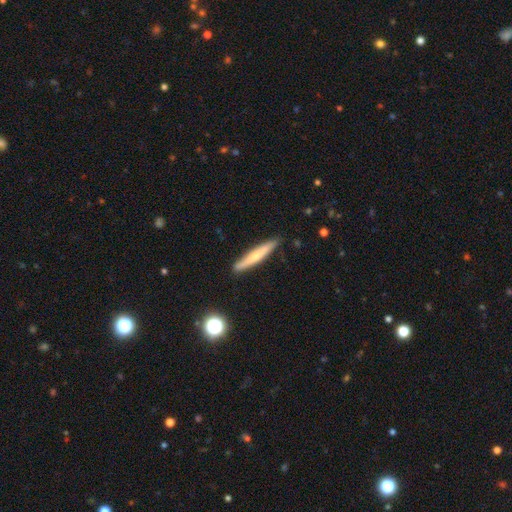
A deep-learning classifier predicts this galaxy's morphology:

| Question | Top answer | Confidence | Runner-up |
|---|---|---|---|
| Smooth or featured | smooth | 57% | featured or disk (36%) |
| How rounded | cigar-shaped | 94% | in between (5%) |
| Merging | none | 88% | minor disturbance (9%) |